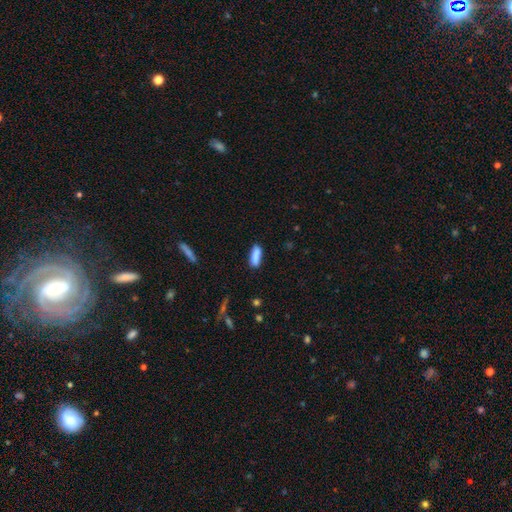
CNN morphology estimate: type=smooth (85%); roundness=in between (56%); merging=none (76%).